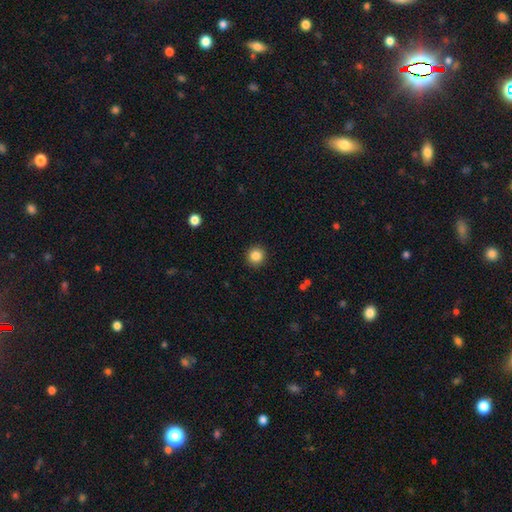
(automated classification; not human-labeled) smooth-or-featured: smooth: 85% | star or artifact: 10% | featured or disk: 4%
  how-rounded: round: 94% | in between: 5% | cigar-shaped: 1%
  merging: none: 92% | minor disturbance: 5% | major disturbance: 2% | merger: 1%